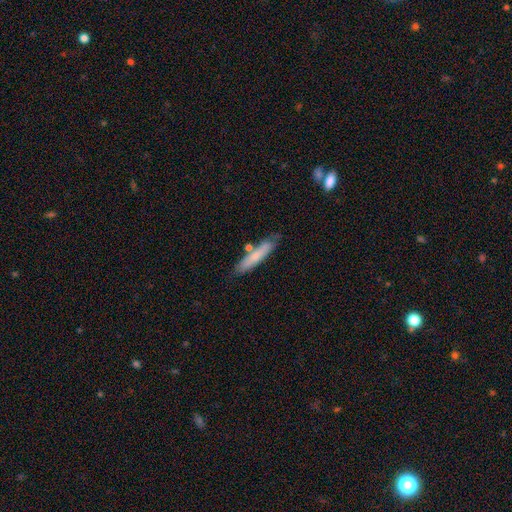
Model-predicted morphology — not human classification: This is likely a smooth galaxy (70%). How rounded: clearly cigar-shaped (88%). Merging: likely none (73%).